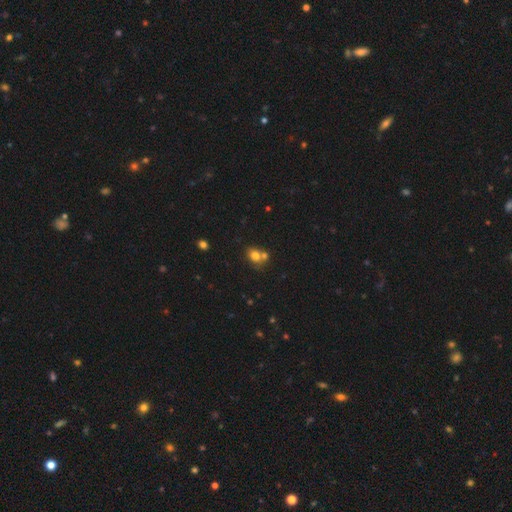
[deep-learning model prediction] The model was most divided on "merging": none: 46%, merger: 39%, minor disturbance: 11%, major disturbance: 4%. More confident: smooth or featured — smooth (76%); how rounded — round (54%).